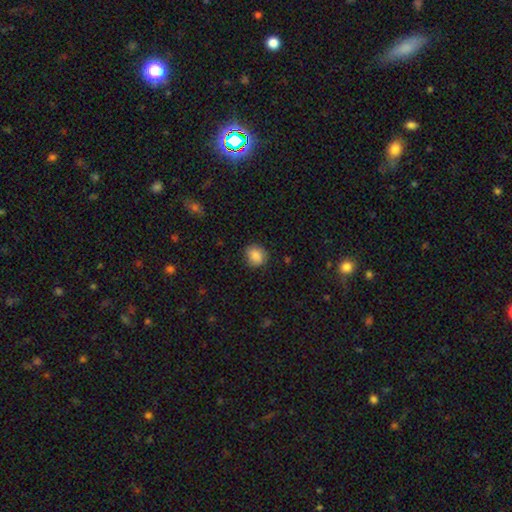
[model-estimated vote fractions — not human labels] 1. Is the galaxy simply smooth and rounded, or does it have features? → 88% smooth, 8% star or artifact, 4% featured or disk.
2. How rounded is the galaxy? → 75% round, 24% in between, 1% cigar-shaped.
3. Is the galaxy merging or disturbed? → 83% none, 13% minor disturbance, 3% major disturbance, 1% merger.